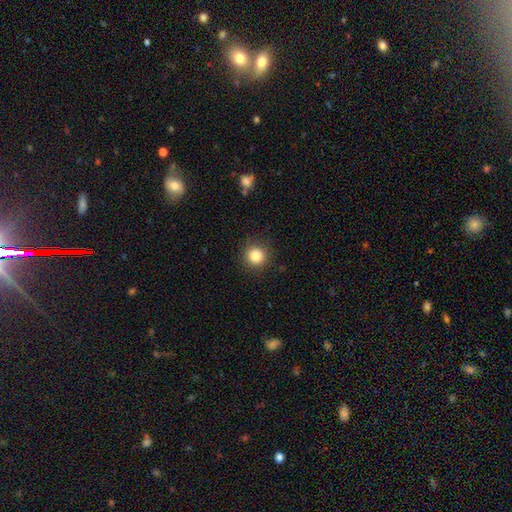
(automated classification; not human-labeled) smooth-or-featured: smooth: 83% | star or artifact: 11% | featured or disk: 5%
  how-rounded: round: 94% | in between: 5% | cigar-shaped: 1%
  merging: none: 90% | minor disturbance: 7% | major disturbance: 2% | merger: 1%